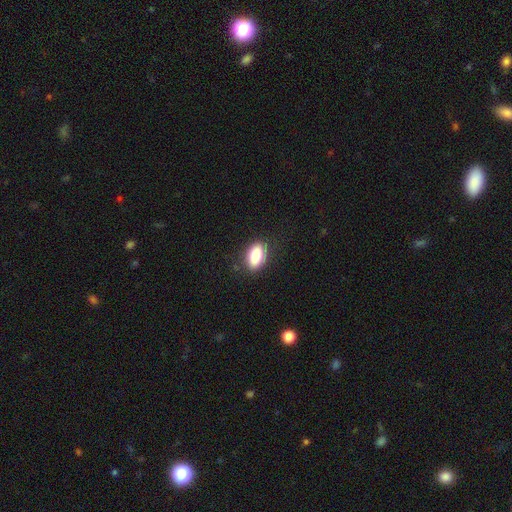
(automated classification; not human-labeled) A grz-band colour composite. It shows a smooth galaxy with no disk features (81%) that is in between round and cigar-shaped (89%). Merging: none (83%).